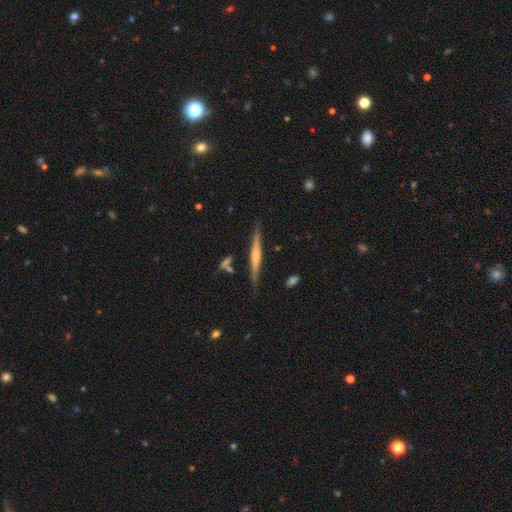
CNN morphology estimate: Smooth or featured?
  - featured or disk: 59% *
  - smooth: 34%
  - star or artifact: 6%
Edge-on disk?
  - yes: 96% *
  - no: 4%
Edge-on bulge?
  - rounded: 60% *
  - none: 28%
  - boxy: 12%
Merging?
  - none: 82% *
  - minor disturbance: 12%
  - merger: 4%
  - major disturbance: 2%